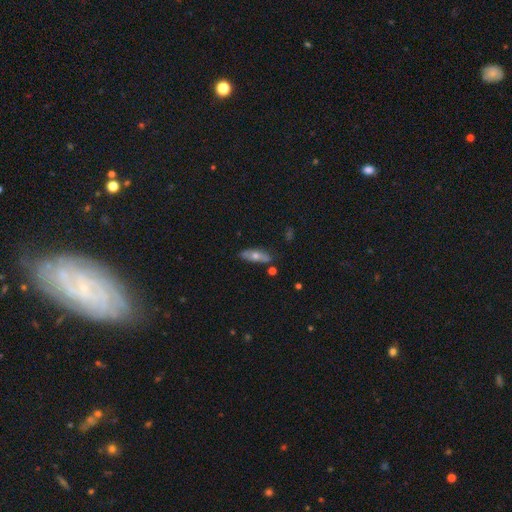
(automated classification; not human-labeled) The model was most divided on "smooth or featured": smooth: 54%, featured or disk: 38%, star or artifact: 7%. More confident: merging — none (80%); how rounded — in between (63%).